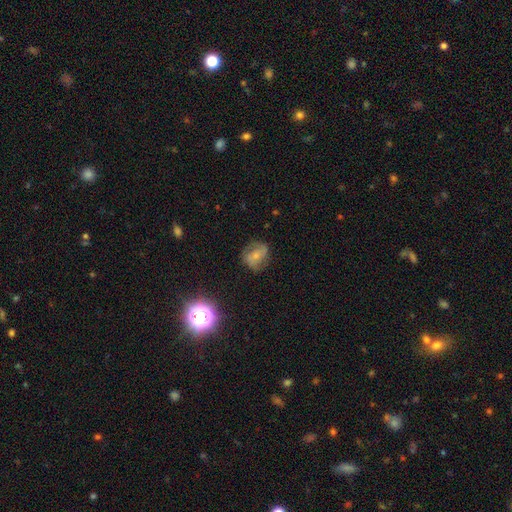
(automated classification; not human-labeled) Smooth or featured? featured or disk (59%)
Edge-on disk? no (97%)
Bar? no (59%)
Spiral arms? yes (86%)
Bulge size? small (61%)
Merging? none (67%)